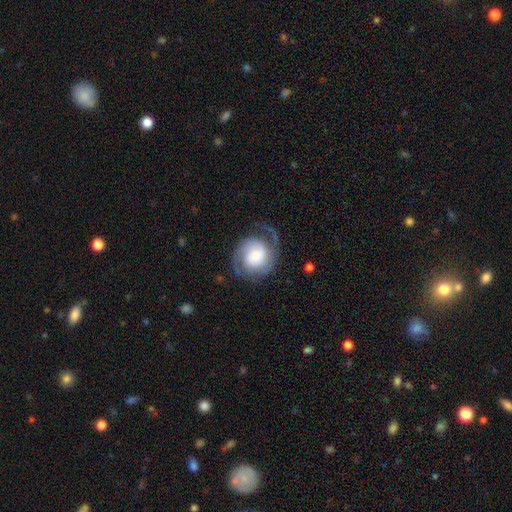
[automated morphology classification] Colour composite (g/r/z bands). It shows a featured or disk galaxy (68%) with no bar (70%), 2 (78%) medium (41%) spiral arms (92%) and a large central bulge (40%). Merging: none (58%).